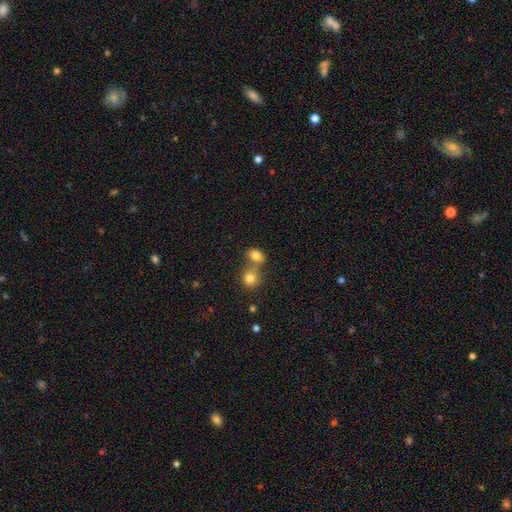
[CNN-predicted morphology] This appears to be a smooth galaxy with no disk features (81%) that is in between round and cigar-shaped (62%). Merging: merger (45%).